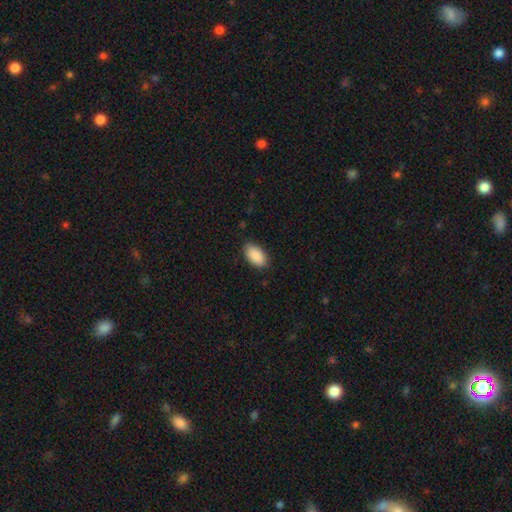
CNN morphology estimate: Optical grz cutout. It shows a smooth galaxy with no disk features (90%) that is in between round and cigar-shaped (95%). Merging: none (84%).